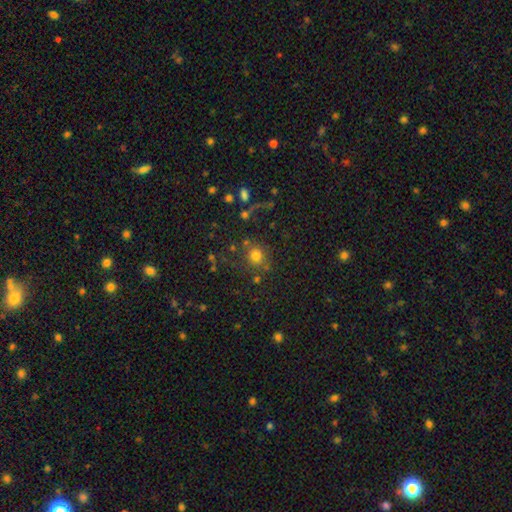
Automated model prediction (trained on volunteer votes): smooth_or_featured: smooth (p=0.73) [alt: star or artifact p=0.17]
how_rounded: round (p=0.84) [alt: in between p=0.15]
merging: none (p=0.72) [alt: minor disturbance p=0.12]